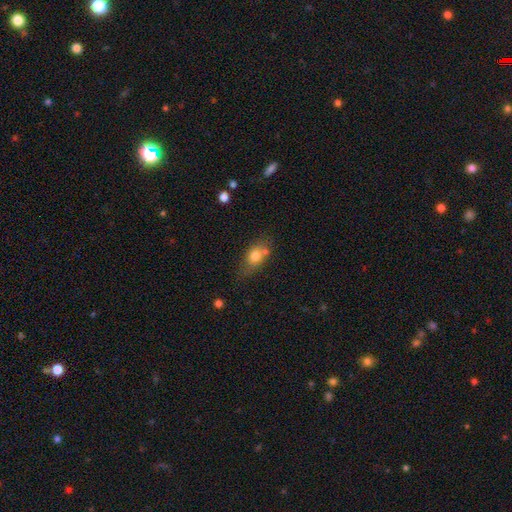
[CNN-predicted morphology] Q: Smooth or featured?
A: smooth (74%); runner-up: featured or disk (16%)
Q: How rounded?
A: in between (75%); runner-up: round (19%)
Q: Merging?
A: none (59%); runner-up: minor disturbance (19%)